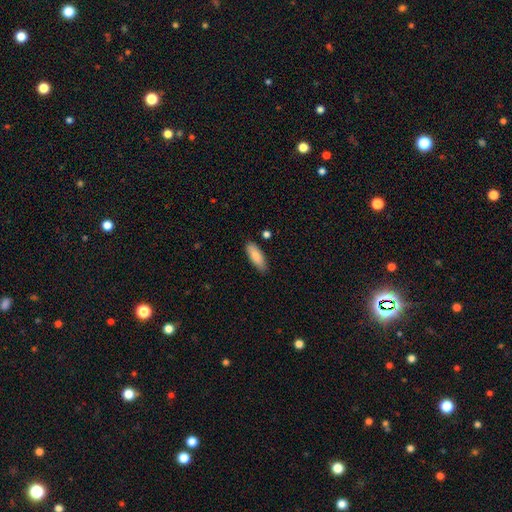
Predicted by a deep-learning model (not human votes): smooth 84%, featured or disk 10%, star or artifact 6%. Down the decision tree: how rounded — in between (66%); merging — none (83%).